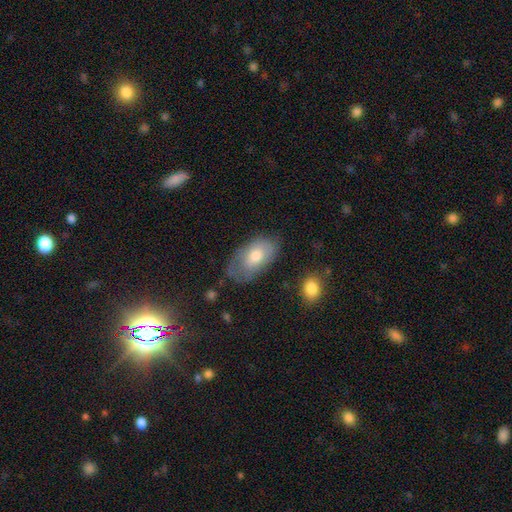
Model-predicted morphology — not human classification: type=smooth (62%); roundness=in between (94%); merging=none (59%).